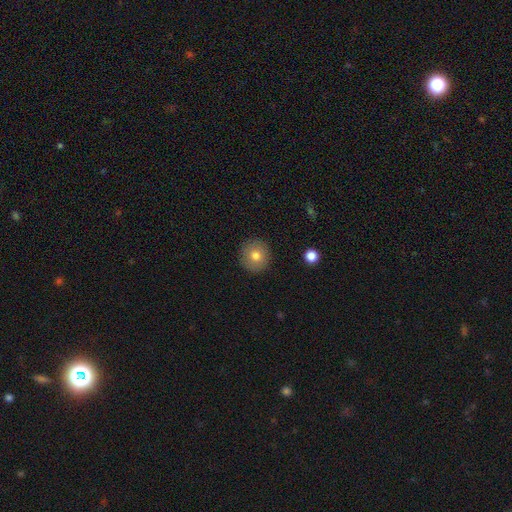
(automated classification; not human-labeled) This appears to be a smooth galaxy with no disk features (76%) that is round (93%). Merging: none (90%).